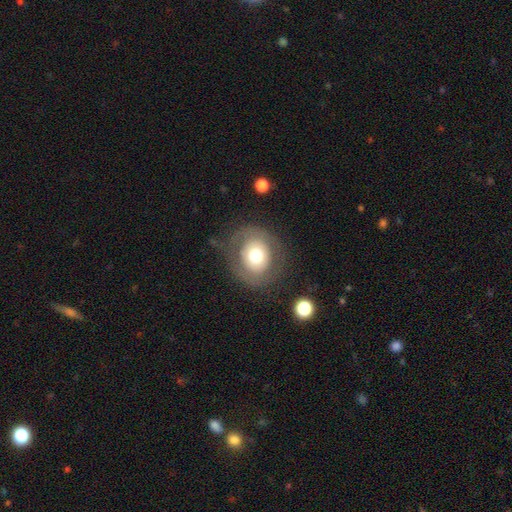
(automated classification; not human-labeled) Smooth or featured: smooth — 55% (featured or disk — 36%)
How rounded: round — 77% (in between — 22%)
Merging: none — 74% (minor disturbance — 14%)